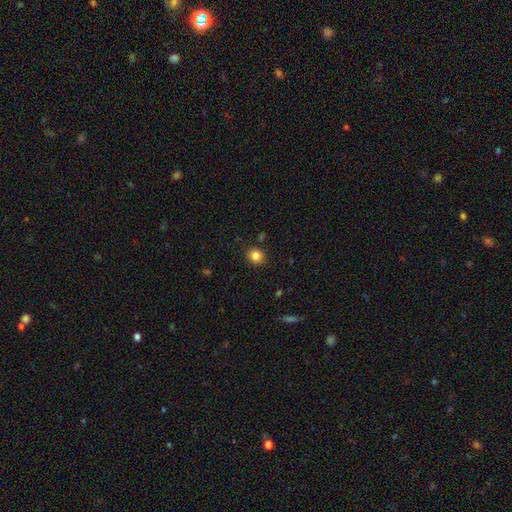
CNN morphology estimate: Smooth or featured? Predicted: smooth (p=0.83). How rounded? Predicted: round (p=0.76). Merging? Predicted: none (p=0.88).